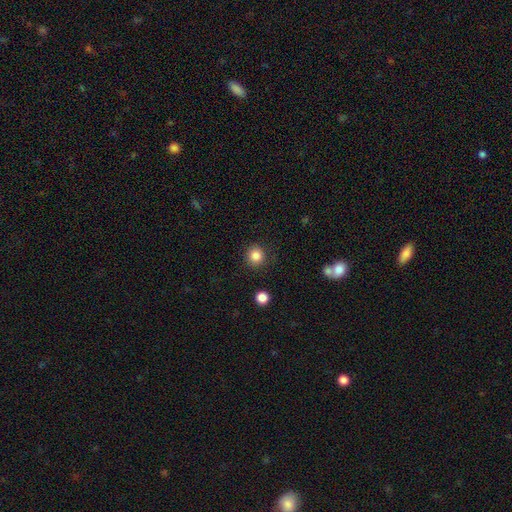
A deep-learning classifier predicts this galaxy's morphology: smooth_or_featured: smooth (p=0.85) [alt: star or artifact p=0.11]
how_rounded: round (p=0.93) [alt: in between p=0.06]
merging: none (p=0.89) [alt: minor disturbance p=0.07]